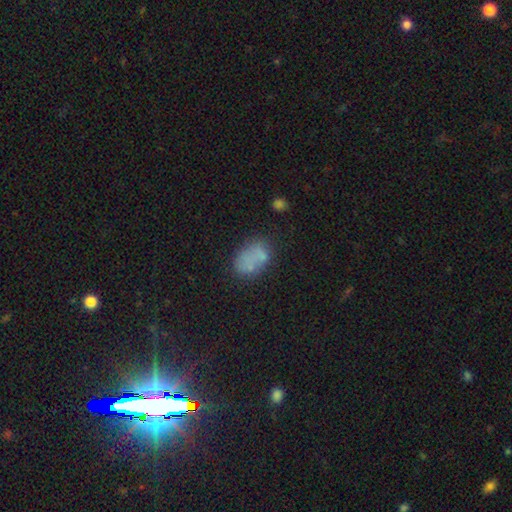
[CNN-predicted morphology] smooth-or-featured: smooth: 65% | featured or disk: 22% | star or artifact: 13%
  how-rounded: in between: 82% | round: 16% | cigar-shaped: 2%
  merging: none: 51% | minor disturbance: 22% | merger: 16% | major disturbance: 11%